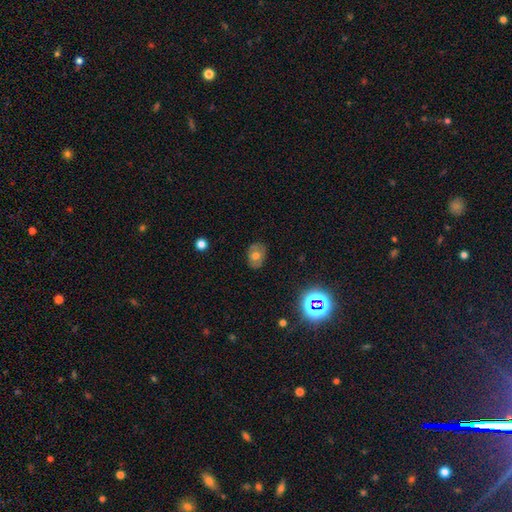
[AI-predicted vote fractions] Smooth or featured? Predicted: smooth (p=0.57). How rounded? Predicted: in between (p=0.65). Merging? Predicted: none (p=0.80).